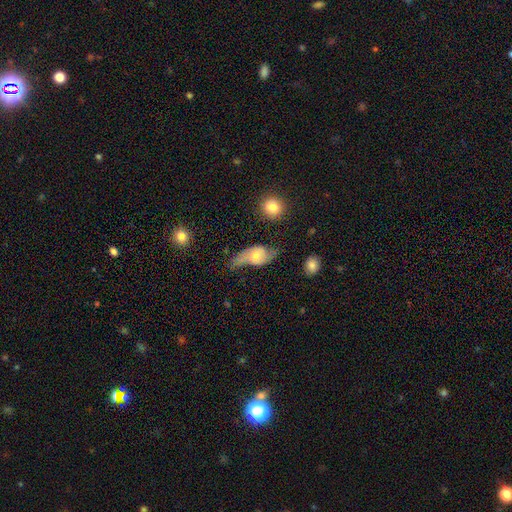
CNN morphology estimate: A featured or disk galaxy (50%).

Vote fractions:
- Smooth or featured? featured or disk: 50% / smooth: 43% / star or artifact: 8%
- Merging? minor disturbance: 35% / none: 30% / major disturbance: 30% / merger: 6%